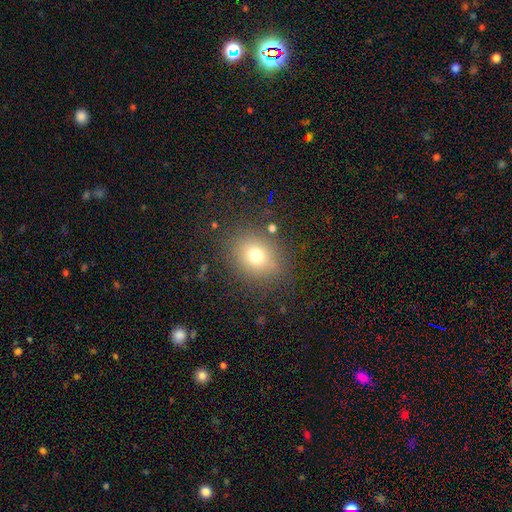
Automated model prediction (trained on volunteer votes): The model was most divided on "how rounded": round: 68%, in between: 31%, cigar-shaped: 1%. More confident: merging — none (84%); smooth or featured — smooth (73%).